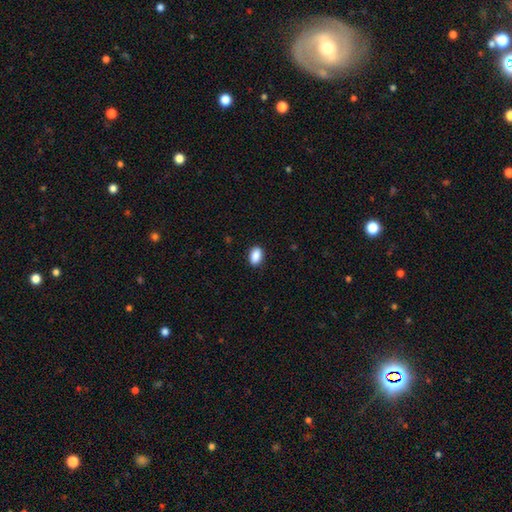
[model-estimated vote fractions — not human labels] Overall: smooth (89%). How rounded: in between (89%). Merging: none (89%).